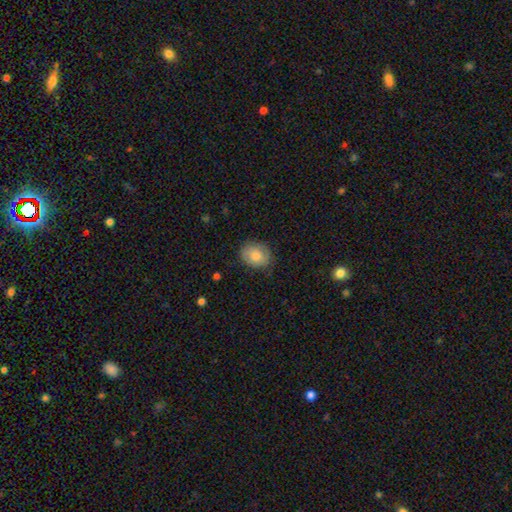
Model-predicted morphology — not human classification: smooth 78%, featured or disk 14%, star or artifact 8%. Down the decision tree: how rounded — in between (51%); merging — none (80%).